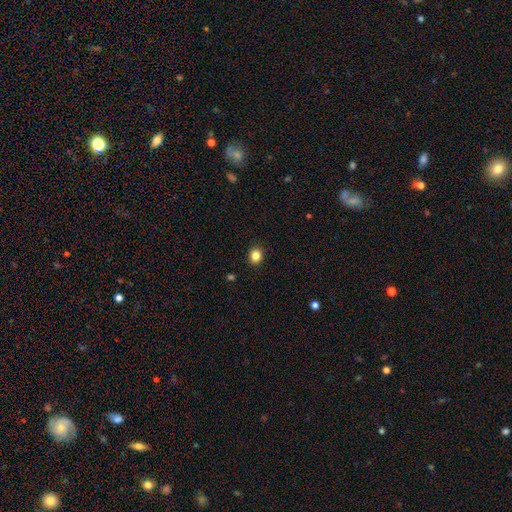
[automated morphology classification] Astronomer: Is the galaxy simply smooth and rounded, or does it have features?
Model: smooth — 84%.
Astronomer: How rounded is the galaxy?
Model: round — 75%.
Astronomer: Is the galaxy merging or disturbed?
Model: none — 91%.